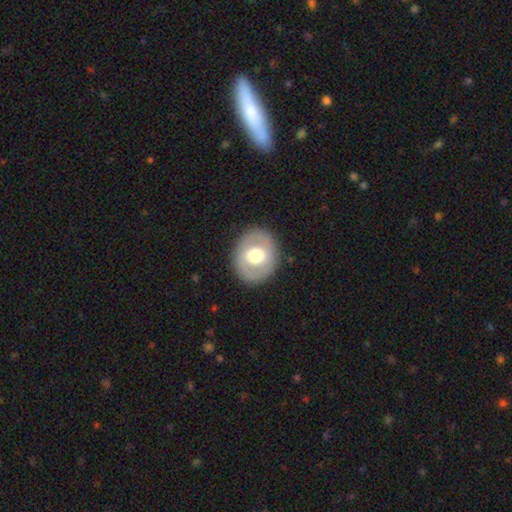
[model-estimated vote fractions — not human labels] A featured or disk galaxy (47%, tied with smooth).

Vote fractions:
- Smooth or featured? featured or disk: 47% (tied) / smooth: 47% (tied) / star or artifact: 6%
- Merging? none: 86% / minor disturbance: 9% / major disturbance: 4% / merger: 1%